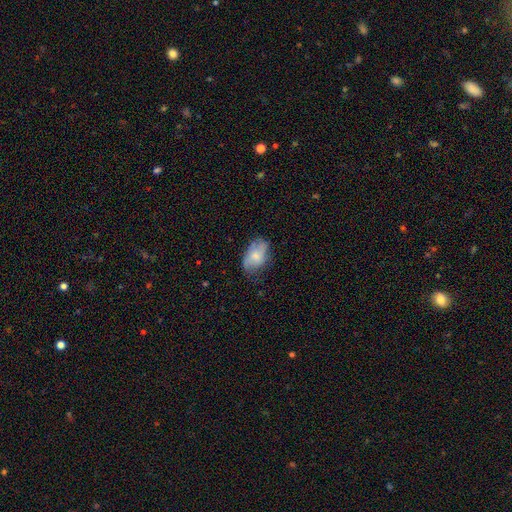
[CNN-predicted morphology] The model was most divided on "smooth or featured": smooth: 57%, featured or disk: 35%, star or artifact: 7%. More confident: how rounded — in between (88%); merging — none (57%).